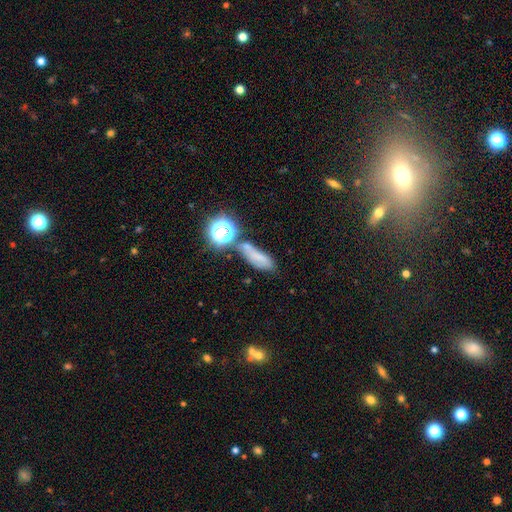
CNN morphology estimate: This is possibly a smooth galaxy (56%). How rounded: possibly in between (53%). Merging: possibly none (58%).